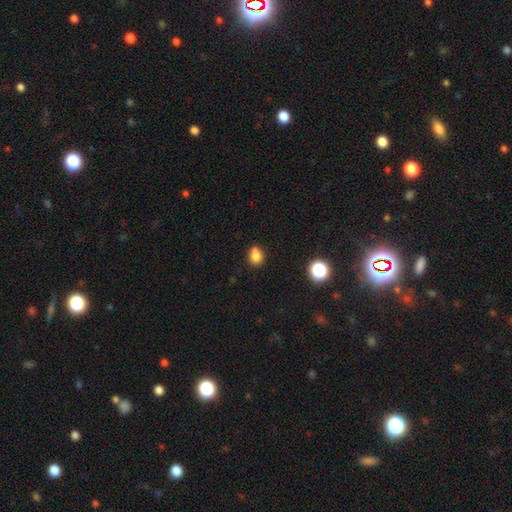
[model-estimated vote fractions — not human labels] Q: Smooth or featured?
A: smooth (78%); runner-up: star or artifact (13%)
Q: How rounded?
A: round (62%); runner-up: in between (37%)
Q: Merging?
A: none (53%); runner-up: merger (23%)